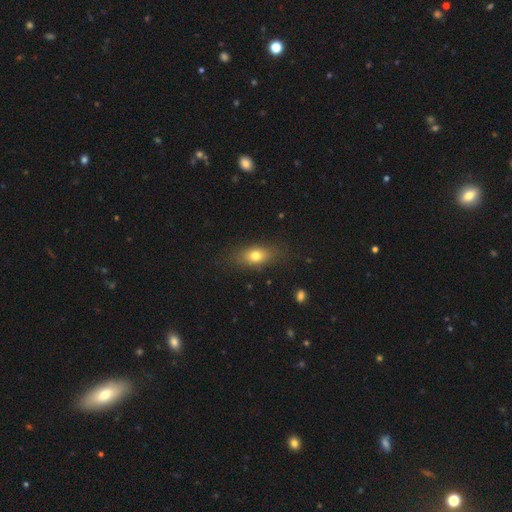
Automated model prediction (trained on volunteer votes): Overall: smooth (74%). How rounded: in between (76%). Merging: none (80%).